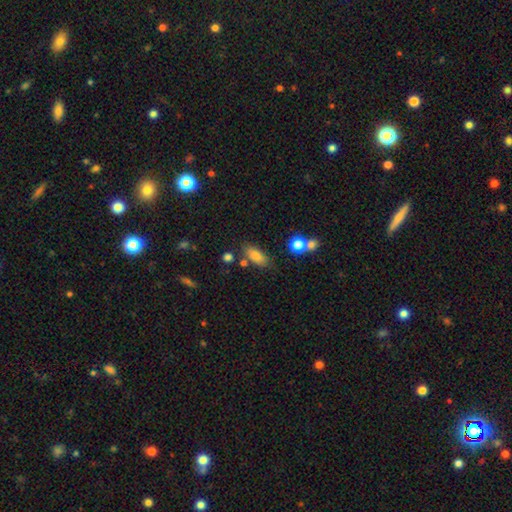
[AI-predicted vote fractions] Smooth or featured? smooth (80%)
How rounded? in between (82%)
Merging? none (73%)